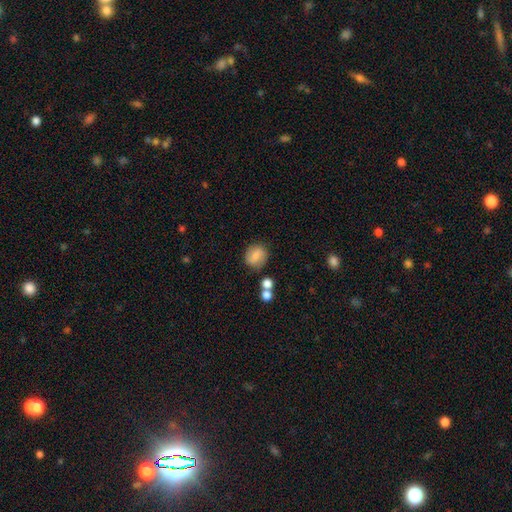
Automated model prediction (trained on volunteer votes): A smooth galaxy with no disk features (65%) that is round (69%). Merging: none (73%).